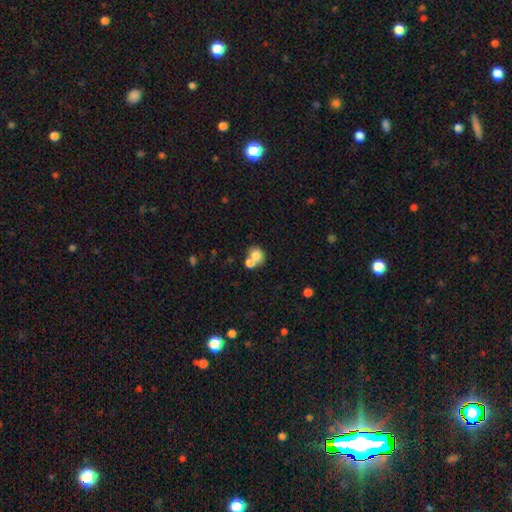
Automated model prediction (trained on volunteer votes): Smooth or featured: smooth — 76% (featured or disk — 13%)
How rounded: round — 67% (in between — 32%)
Merging: merger — 54% (none — 33%)